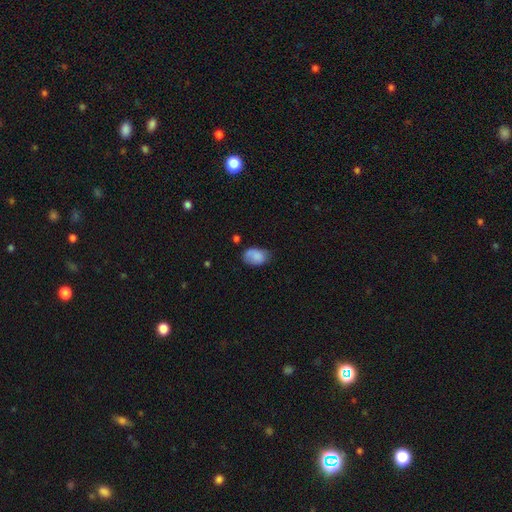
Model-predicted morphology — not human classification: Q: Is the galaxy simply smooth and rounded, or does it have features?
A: smooth — 82%.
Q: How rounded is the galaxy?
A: in between — 85%.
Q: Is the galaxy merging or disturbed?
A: none — 59%.